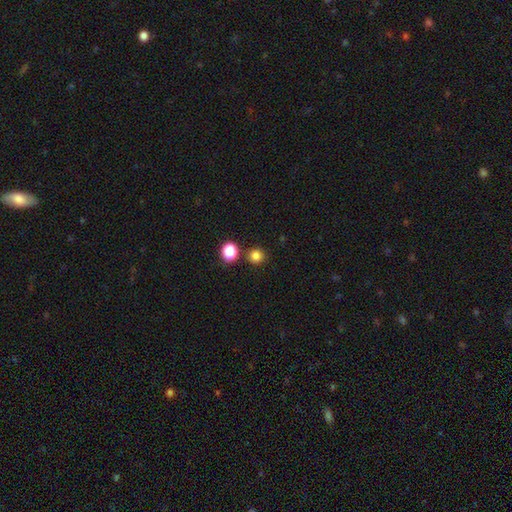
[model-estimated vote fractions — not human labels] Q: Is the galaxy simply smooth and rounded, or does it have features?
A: smooth — 81%.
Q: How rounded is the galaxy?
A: round — 92%.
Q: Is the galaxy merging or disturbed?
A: none — 84%.